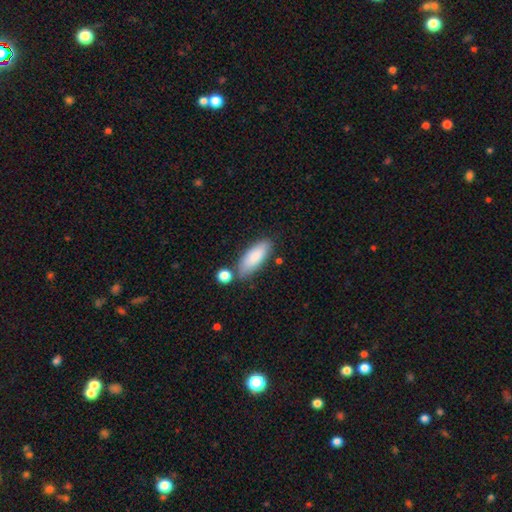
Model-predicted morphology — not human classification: Smooth or featured? Predicted: smooth (p=0.82). How rounded? Predicted: in between (p=0.73). Merging? Predicted: none (p=0.69).